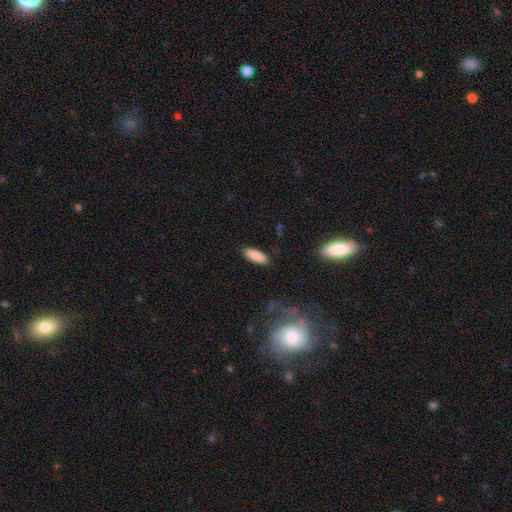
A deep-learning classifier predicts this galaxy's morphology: smooth-or-featured: smooth: 86% | star or artifact: 7% | featured or disk: 7%
  how-rounded: in between: 76% | cigar-shaped: 23% | round: 2%
  merging: none: 87% | minor disturbance: 10% | major disturbance: 2% | merger: 1%